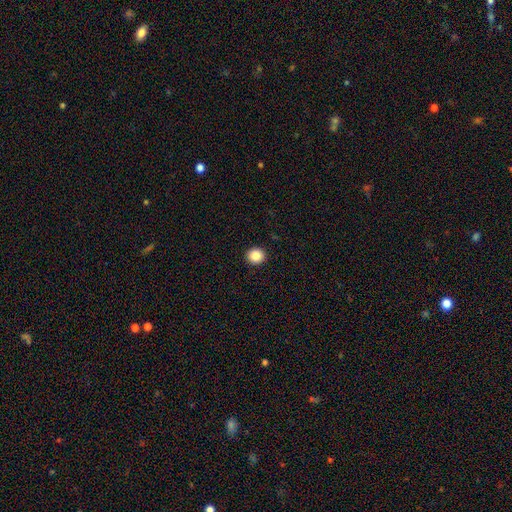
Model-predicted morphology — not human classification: A smooth galaxy with no disk features (86%) that is round (93%).

Vote fractions:
- Smooth or featured? smooth: 86% / star or artifact: 10% / featured or disk: 4%
- How rounded? round: 93% / in between: 6% / cigar-shaped: 1%
- Merging? none: 93% / minor disturbance: 4% / major disturbance: 1% / merger: 1%